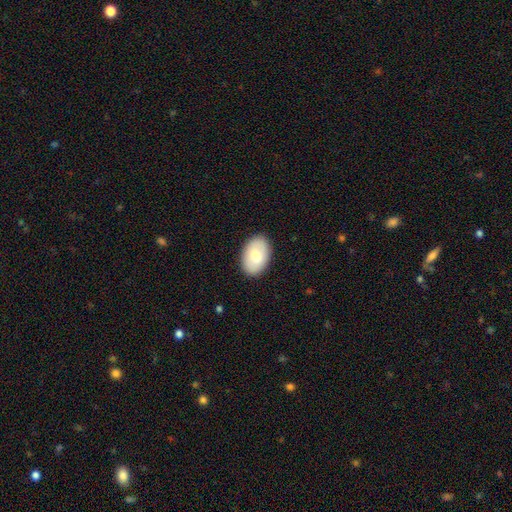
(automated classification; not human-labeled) Q: Smooth or featured?
A: smooth (73%); runner-up: featured or disk (21%)
Q: How rounded?
A: in between (90%); runner-up: round (9%)
Q: Merging?
A: none (89%); runner-up: minor disturbance (8%)